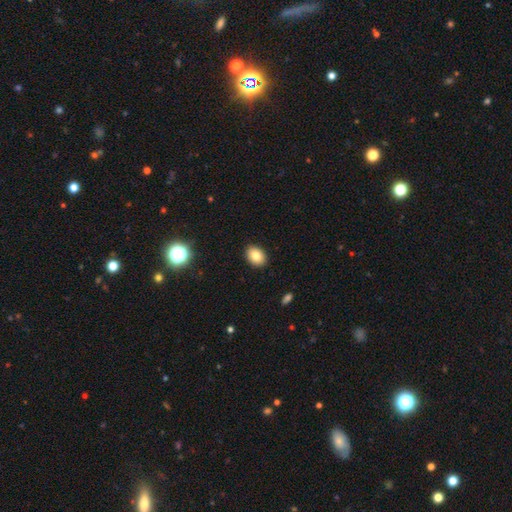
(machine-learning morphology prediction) Smooth or featured?
  - smooth: 82% *
  - star or artifact: 10%
  - featured or disk: 8%
How rounded?
  - in between: 74% *
  - round: 25%
  - cigar-shaped: 1%
Merging?
  - none: 90% *
  - minor disturbance: 7%
  - major disturbance: 2%
  - merger: 1%